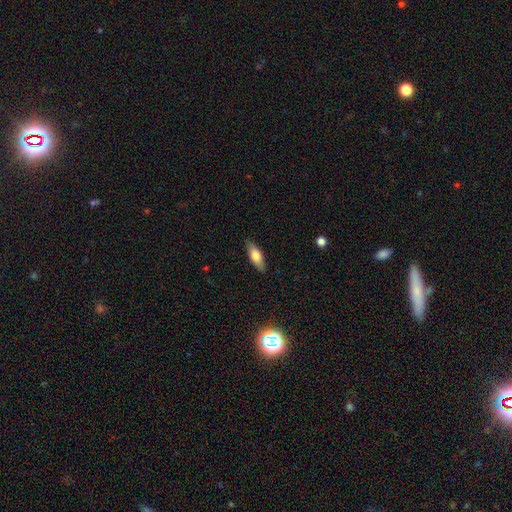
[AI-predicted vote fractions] A smooth galaxy with no disk features (72%) that is in between round and cigar-shaped (67%).

Vote fractions:
- Smooth or featured? smooth: 72% / featured or disk: 22% / star or artifact: 7%
- How rounded? in between: 67% / cigar-shaped: 31% / round: 3%
- Merging? none: 86% / minor disturbance: 11% / major disturbance: 2% / merger: 1%